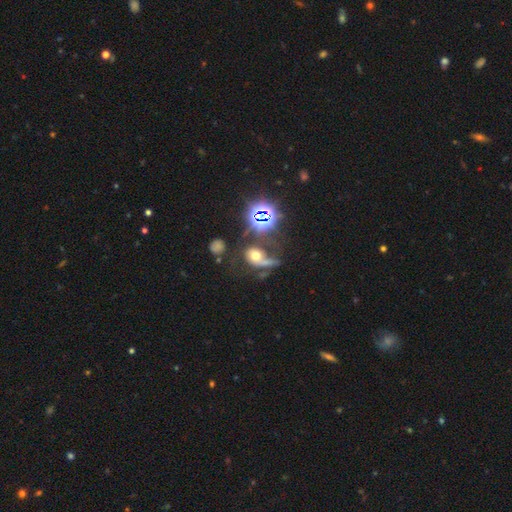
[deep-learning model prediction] Smooth or featured? Predicted: smooth (p=0.40). Merging? Predicted: major disturbance (p=0.39).